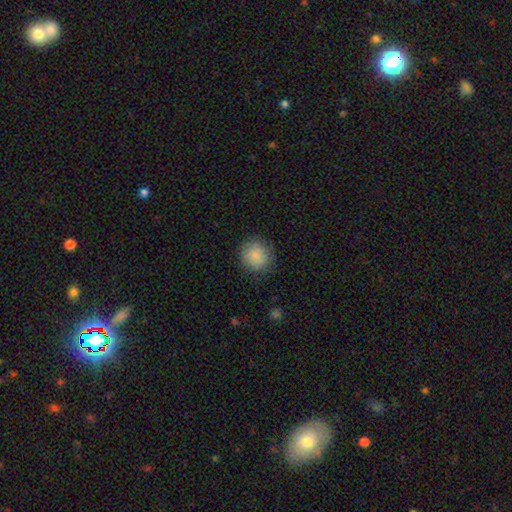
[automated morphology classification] Smooth or featured? smooth (87%)
How rounded? round (91%)
Merging? none (84%)